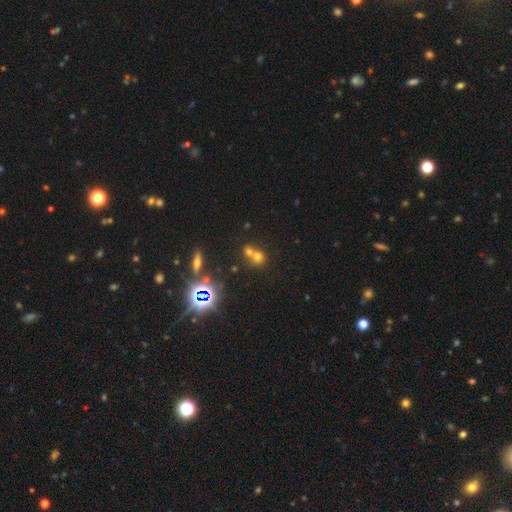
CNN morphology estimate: A smooth galaxy with no disk features (58%) that is round (79%).

Vote fractions:
- Smooth or featured? smooth: 58% / star or artifact: 26% / featured or disk: 15%
- How rounded? round: 79% / in between: 19% / cigar-shaped: 2%
- Merging? merger: 56% / none: 35% / minor disturbance: 6% / major disturbance: 3%